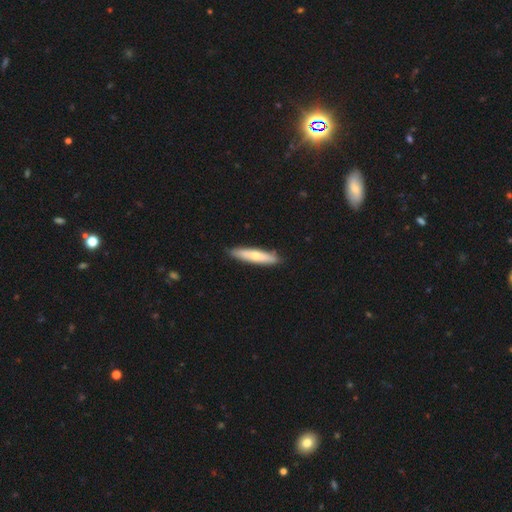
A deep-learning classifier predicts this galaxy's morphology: Q: Smooth or featured?
A: smooth (60%); runner-up: featured or disk (35%)
Q: How rounded?
A: cigar-shaped (83%); runner-up: in between (15%)
Q: Merging?
A: none (87%); runner-up: minor disturbance (10%)